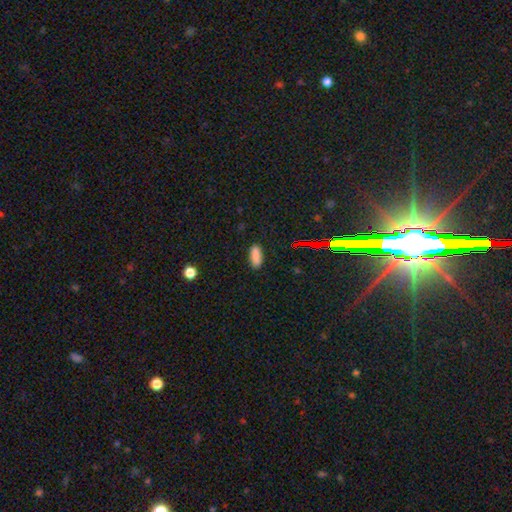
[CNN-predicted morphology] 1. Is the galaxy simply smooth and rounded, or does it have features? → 86% smooth, 10% star or artifact, 4% featured or disk.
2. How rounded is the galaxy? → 74% in between, 24% cigar-shaped, 2% round.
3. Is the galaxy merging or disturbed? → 88% none, 9% minor disturbance, 2% major disturbance, 1% merger.